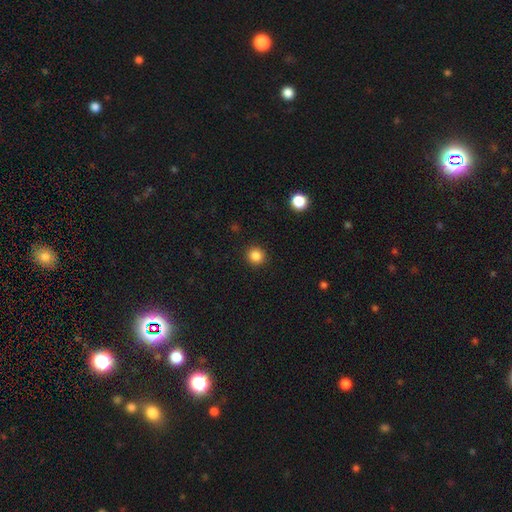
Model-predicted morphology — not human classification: Overall: smooth (86%). How rounded: round (92%). Merging: none (92%).